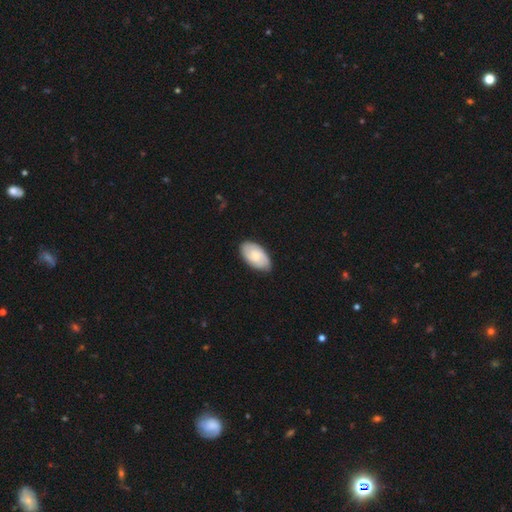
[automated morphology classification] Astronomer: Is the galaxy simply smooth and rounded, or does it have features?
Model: smooth — 56% (runner-up: featured or disk, 38%).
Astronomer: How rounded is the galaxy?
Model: in between — 95%.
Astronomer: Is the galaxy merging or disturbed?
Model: none — 81%.